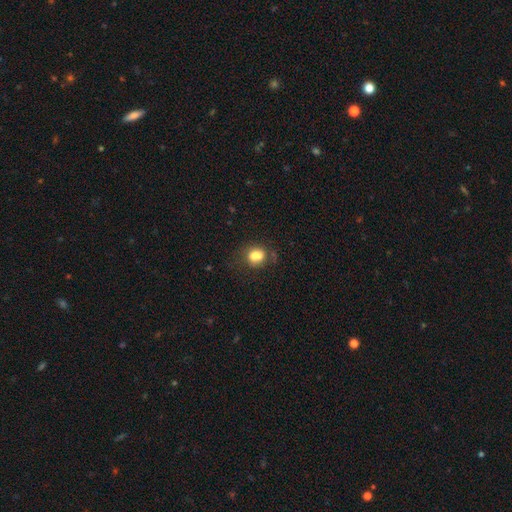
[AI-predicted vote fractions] Overall: smooth (75%). How rounded: round (54%; in between 45%). Merging: none (47%; merger 25%).